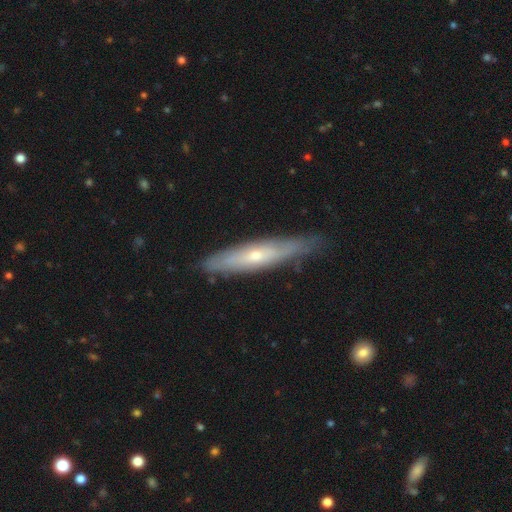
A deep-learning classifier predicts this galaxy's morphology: Smooth or featured? featured or disk (59%)
Edge-on disk? yes (71%)
Merging? none (78%)